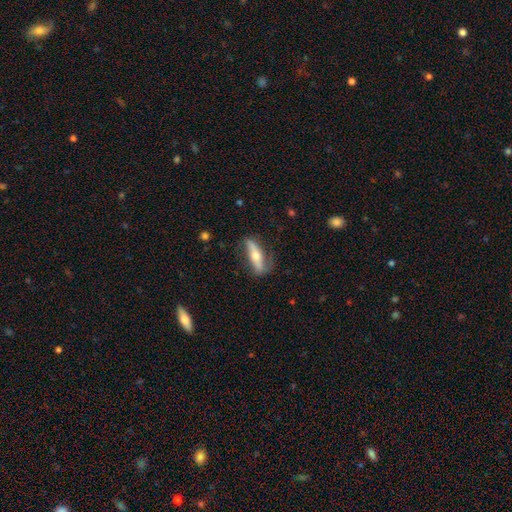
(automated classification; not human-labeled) This appears to be a featured or disk galaxy (58%) viewed edge-on (52%). Merging: none (70%).